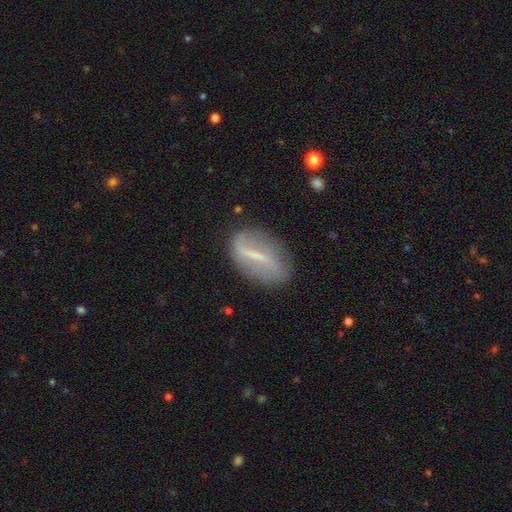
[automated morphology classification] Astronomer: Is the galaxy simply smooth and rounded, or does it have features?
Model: featured or disk — 61%.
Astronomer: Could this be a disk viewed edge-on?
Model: no — 87%.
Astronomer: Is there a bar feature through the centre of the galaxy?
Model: strong — 63%.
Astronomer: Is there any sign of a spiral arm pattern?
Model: yes — 53% (runner-up: no, 47%).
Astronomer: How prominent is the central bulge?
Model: small — 46% (runner-up: none, 31%).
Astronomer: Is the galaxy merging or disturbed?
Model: none — 75%.